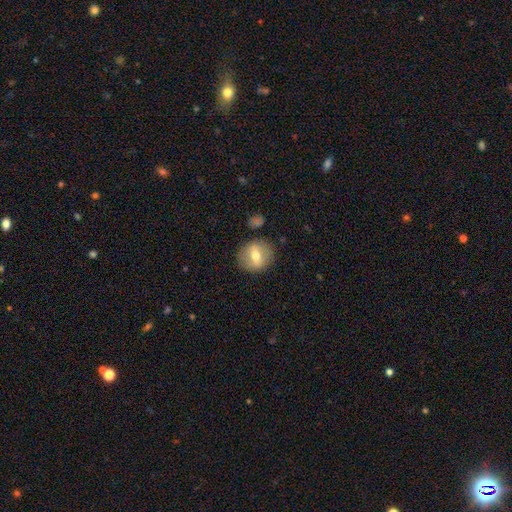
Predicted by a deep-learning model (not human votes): smooth-or-featured: smooth: 52% | featured or disk: 40% | star or artifact: 8%
  how-rounded: round: 77% | in between: 22% | cigar-shaped: 1%
  merging: none: 84% | minor disturbance: 10% | major disturbance: 3% | merger: 2%